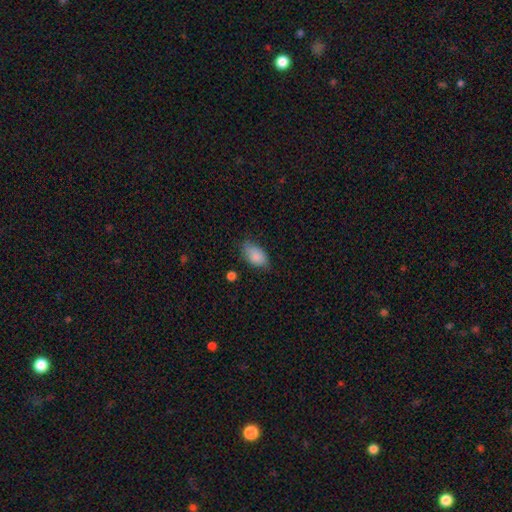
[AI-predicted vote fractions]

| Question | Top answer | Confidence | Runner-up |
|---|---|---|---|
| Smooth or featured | smooth | 85% | featured or disk (8%) |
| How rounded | in between | 91% | round (6%) |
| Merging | none | 65% | minor disturbance (27%) |